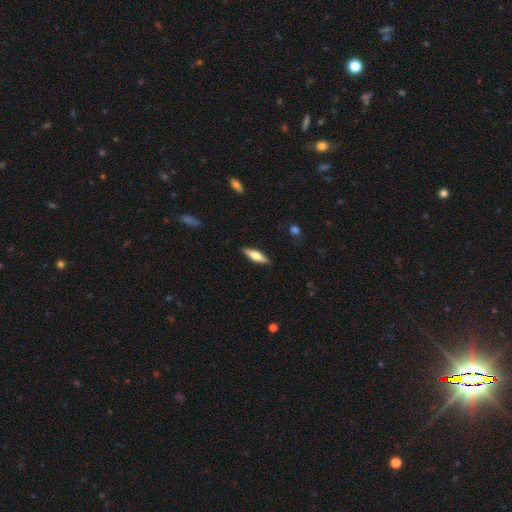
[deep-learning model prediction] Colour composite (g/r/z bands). It shows a smooth galaxy with no disk features (50%). Merging: none (89%).